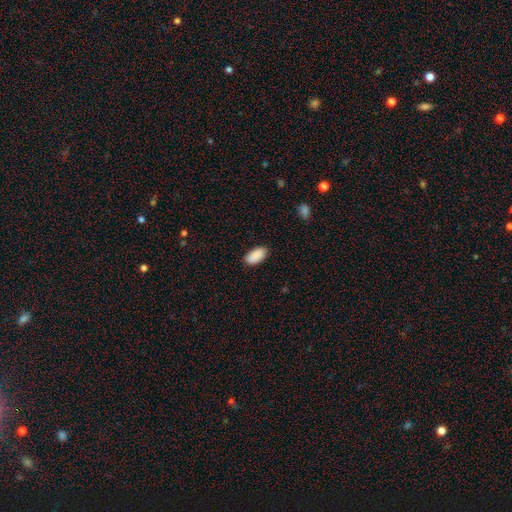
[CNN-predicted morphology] Overall: smooth (91%). How rounded: in between (94%). Merging: none (87%).